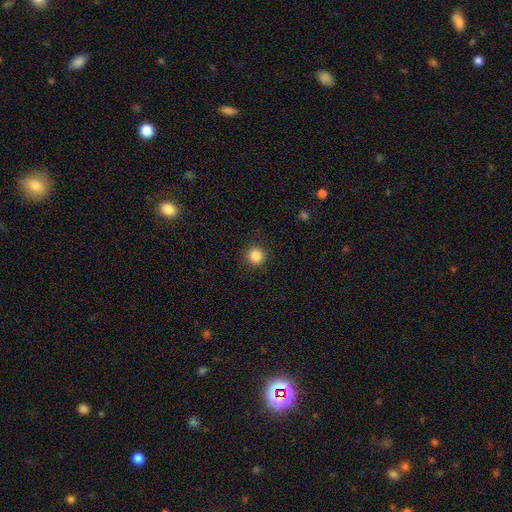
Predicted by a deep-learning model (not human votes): This is clearly a smooth galaxy (86%). How rounded: clearly round (95%). Merging: clearly none (92%).